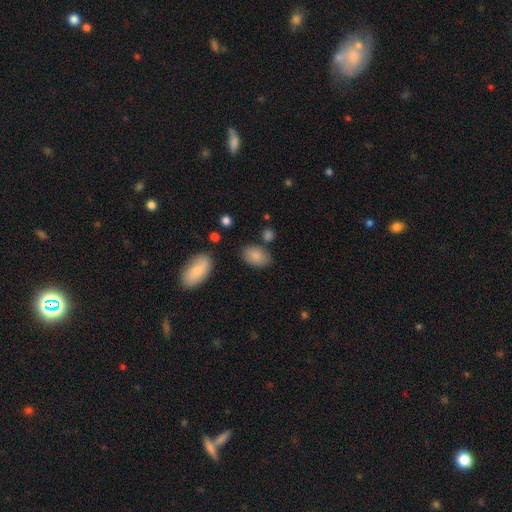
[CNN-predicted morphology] smooth_or_featured: smooth (p=0.86) [alt: star or artifact p=0.08]
how_rounded: in between (p=0.89) [alt: round p=0.10]
merging: none (p=0.79) [alt: minor disturbance p=0.13]